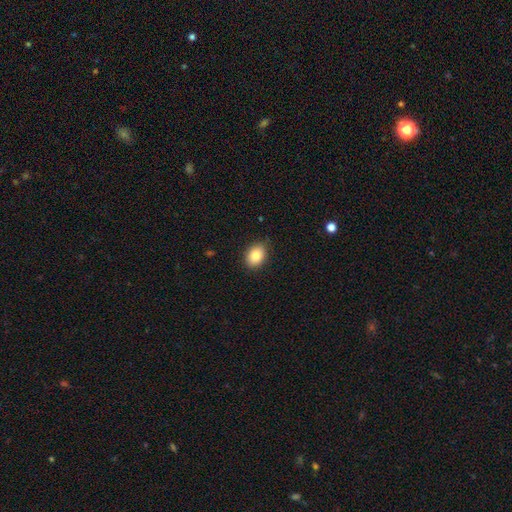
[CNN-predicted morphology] This appears to be a smooth galaxy with no disk features (84%) that is in between round and cigar-shaped (68%). Merging: none (86%).